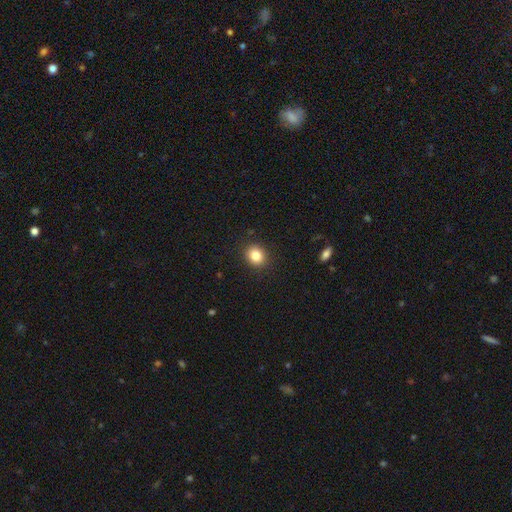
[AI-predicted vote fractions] smooth_or_featured: smooth (p=0.84) [alt: star or artifact p=0.10]
how_rounded: round (p=0.66) [alt: in between p=0.33]
merging: none (p=0.90) [alt: minor disturbance p=0.07]